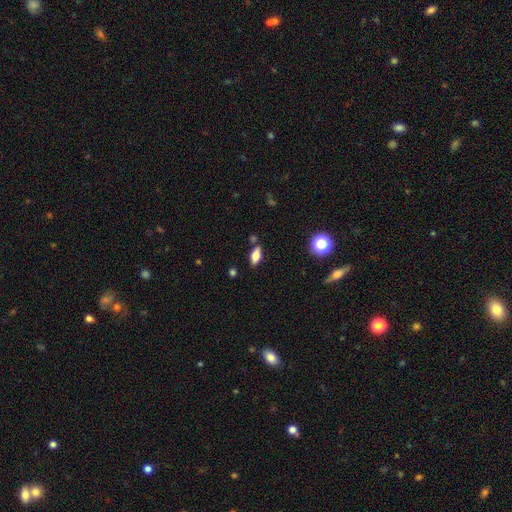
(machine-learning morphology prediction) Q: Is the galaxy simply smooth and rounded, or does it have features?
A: smooth — 76%.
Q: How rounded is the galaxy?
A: in between — 86%.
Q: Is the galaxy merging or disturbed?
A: none — 79%.